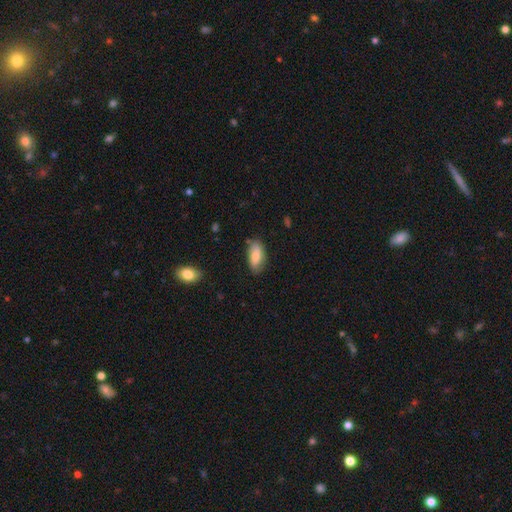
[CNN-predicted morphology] A smooth galaxy with no disk features (79%) that is in between round and cigar-shaped (88%). Merging: none (76%).